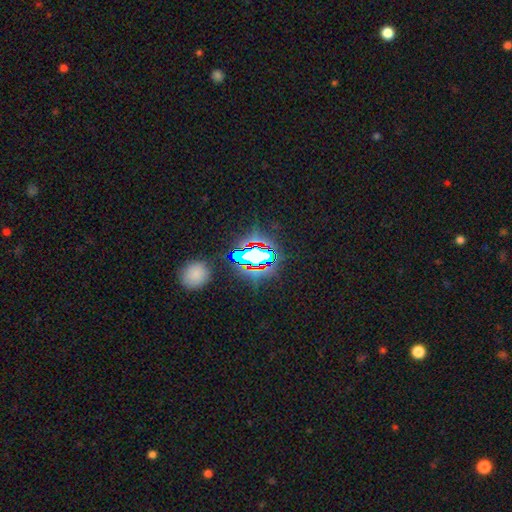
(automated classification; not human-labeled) This appears to be a star or artifact, not a galaxy (66%).